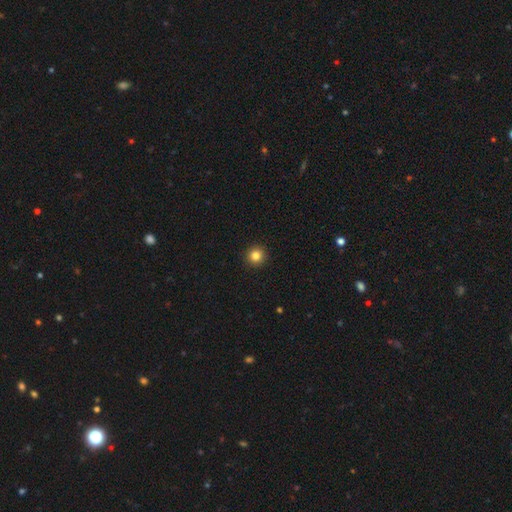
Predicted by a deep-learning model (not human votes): This is clearly a smooth galaxy (83%). How rounded: clearly round (95%). Merging: clearly none (93%).